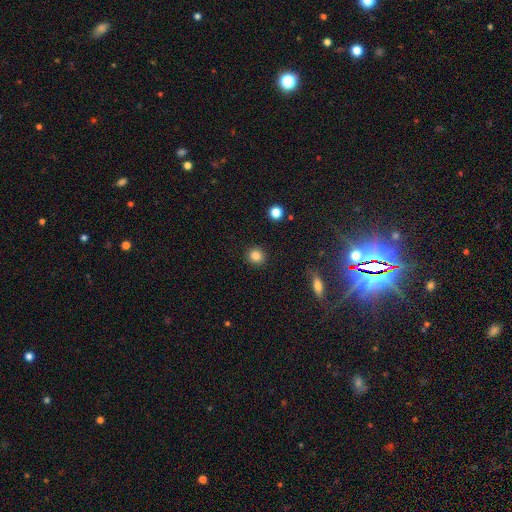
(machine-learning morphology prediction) A smooth galaxy with no disk features (85%) that is round (92%).

Vote fractions:
- Smooth or featured? smooth: 85% / star or artifact: 11% / featured or disk: 4%
- How rounded? round: 92% / in between: 7% / cigar-shaped: 1%
- Merging? none: 91% / minor disturbance: 5% / major disturbance: 2% / merger: 1%